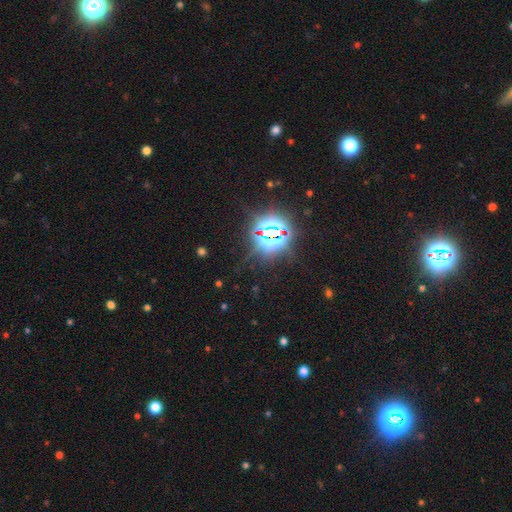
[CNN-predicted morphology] A star or artifact, not a galaxy (81%).